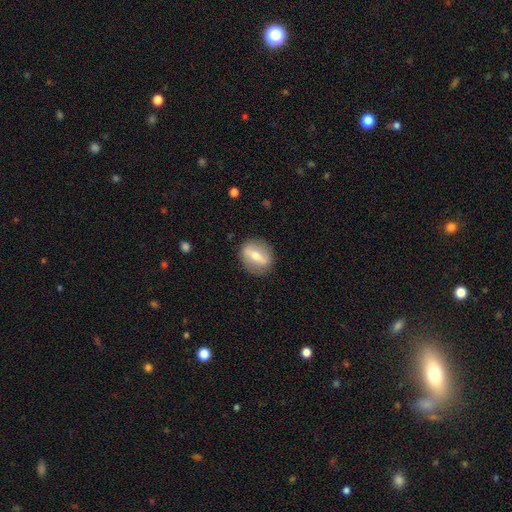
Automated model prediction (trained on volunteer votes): smooth-or-featured: featured or disk: 52% | smooth: 41% | star or artifact: 7%
  disk-edge-on: no: 81% | yes: 19%
  merging: none: 84% | minor disturbance: 11% | major disturbance: 4% | merger: 1%